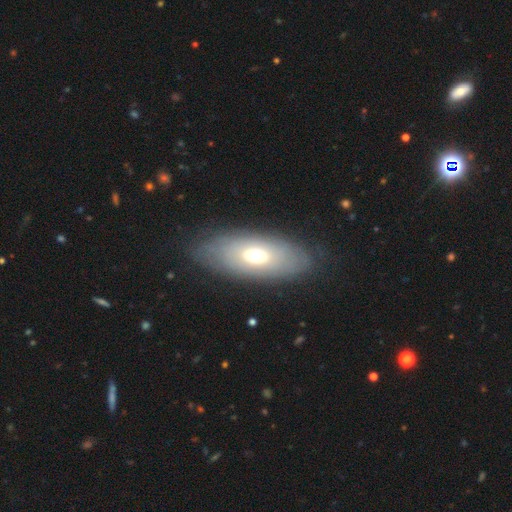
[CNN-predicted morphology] type=smooth (58%); roundness=in between (85%); merging=none (82%).